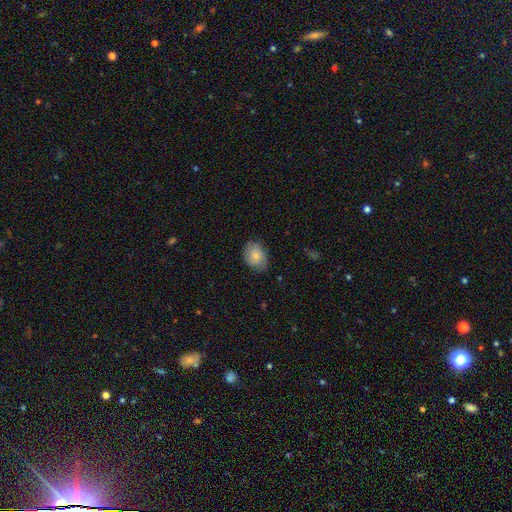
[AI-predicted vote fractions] Smooth or featured: smooth — 78% (featured or disk — 15%)
How rounded: in between — 71% (round — 28%)
Merging: none — 72% (minor disturbance — 22%)